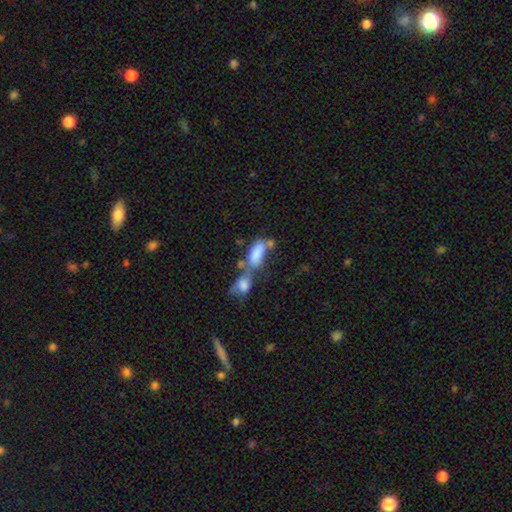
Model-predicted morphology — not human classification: The model was most divided on "merging": merger: 63%, none: 18%, major disturbance: 10%, minor disturbance: 9%. More confident: how rounded — in between (83%); smooth or featured — smooth (76%).